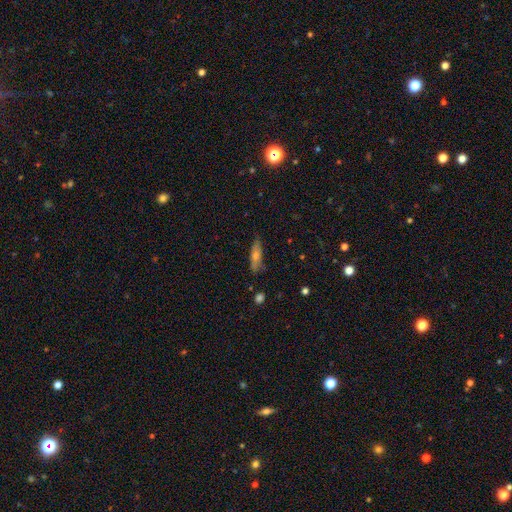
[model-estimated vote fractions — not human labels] Smooth or featured?
  - smooth: 51% *
  - featured or disk: 38%
  - star or artifact: 10%
How rounded?
  - cigar-shaped: 68% *
  - in between: 29%
  - round: 3%
Merging?
  - none: 80% *
  - minor disturbance: 15%
  - major disturbance: 3%
  - merger: 2%